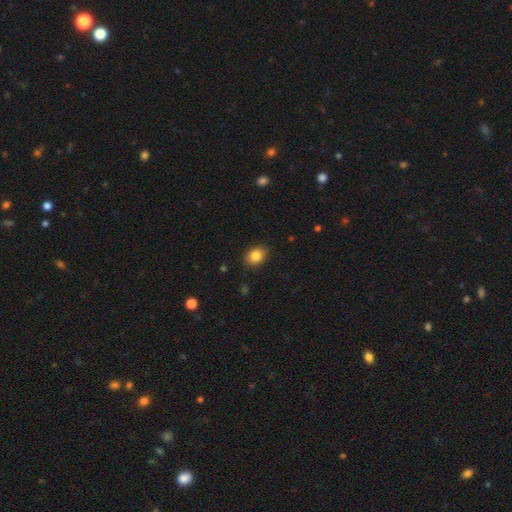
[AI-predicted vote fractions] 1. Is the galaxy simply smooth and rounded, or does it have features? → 85% smooth, 9% star or artifact, 6% featured or disk.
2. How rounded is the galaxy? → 65% in between, 34% round, 1% cigar-shaped.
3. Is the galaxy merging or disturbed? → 87% none, 10% minor disturbance, 2% major disturbance, 1% merger.